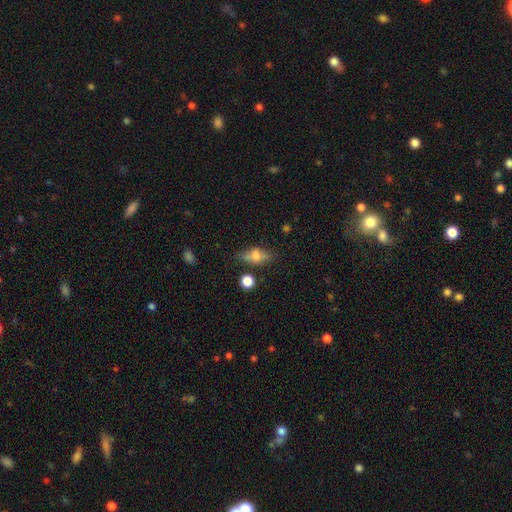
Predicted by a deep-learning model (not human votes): Smooth or featured? smooth (57%)
How rounded? in between (69%)
Merging? none (69%)